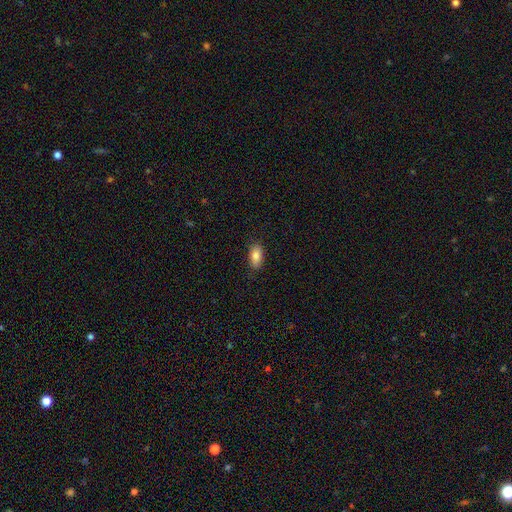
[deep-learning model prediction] Smooth or featured?
  - smooth: 84% *
  - featured or disk: 9%
  - star or artifact: 8%
How rounded?
  - in between: 91% *
  - cigar-shaped: 5%
  - round: 4%
Merging?
  - none: 85% *
  - minor disturbance: 12%
  - major disturbance: 2%
  - merger: 1%